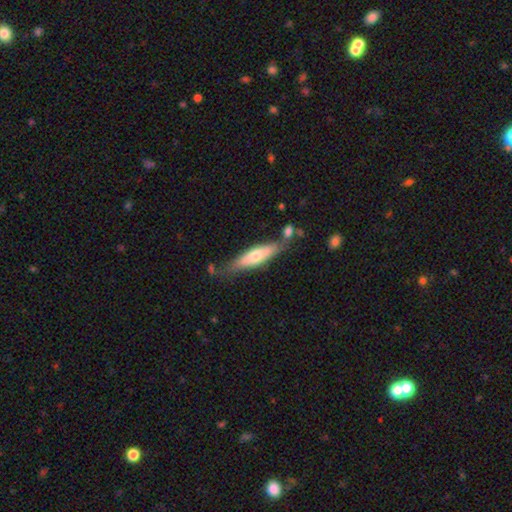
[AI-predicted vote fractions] The model was most divided on "smooth or featured": smooth: 49%, featured or disk: 44%, star or artifact: 6%. More confident: merging — none (69%).